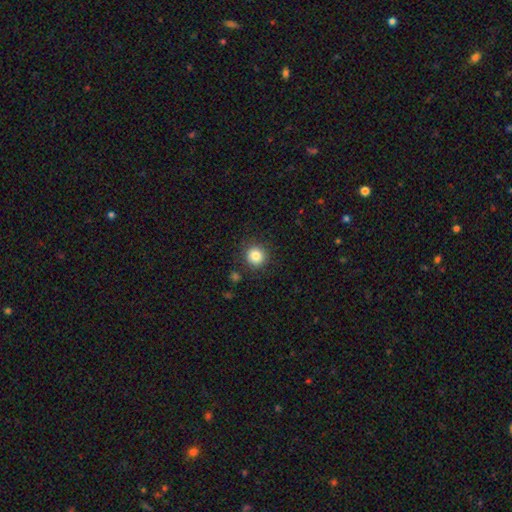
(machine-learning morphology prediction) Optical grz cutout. It shows a smooth galaxy with no disk features (84%) that is round (93%). Merging: none (88%).